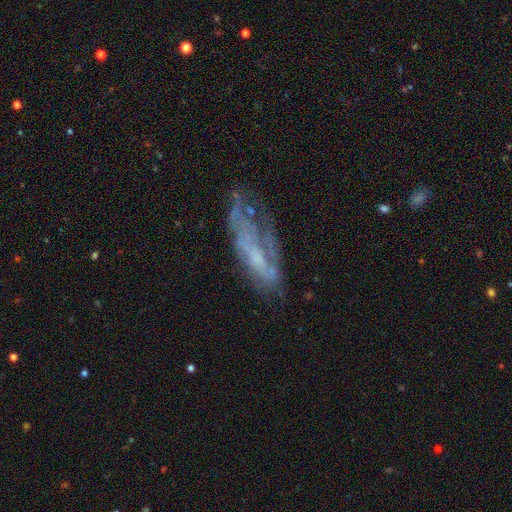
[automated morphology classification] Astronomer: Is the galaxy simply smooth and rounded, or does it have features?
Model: featured or disk — 59%.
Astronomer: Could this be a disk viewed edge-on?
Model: no — 81%.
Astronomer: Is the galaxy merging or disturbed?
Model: none — 41% (runner-up: major disturbance, 28%).